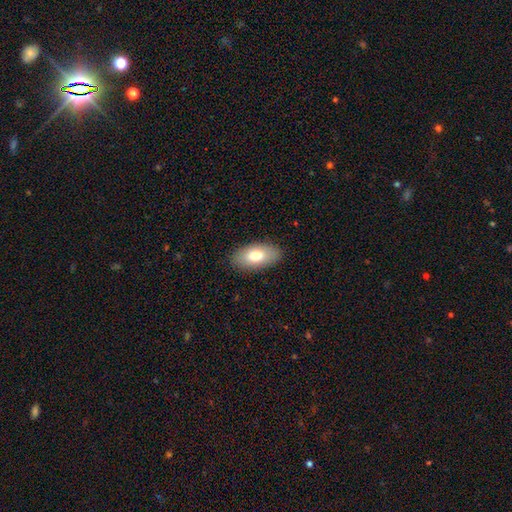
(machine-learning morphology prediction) The model was most divided on "smooth or featured": smooth: 77%, featured or disk: 17%, star or artifact: 6%. More confident: how rounded — in between (93%); merging — none (87%).